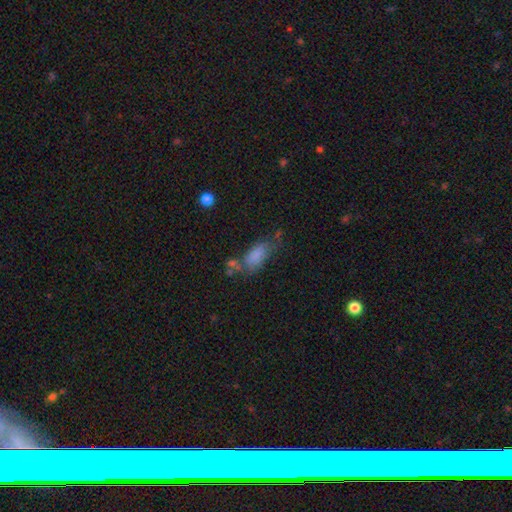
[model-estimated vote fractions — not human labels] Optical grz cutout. It shows a smooth galaxy with no disk features (78%) that is in between round and cigar-shaped (84%). Merging: none (44%).